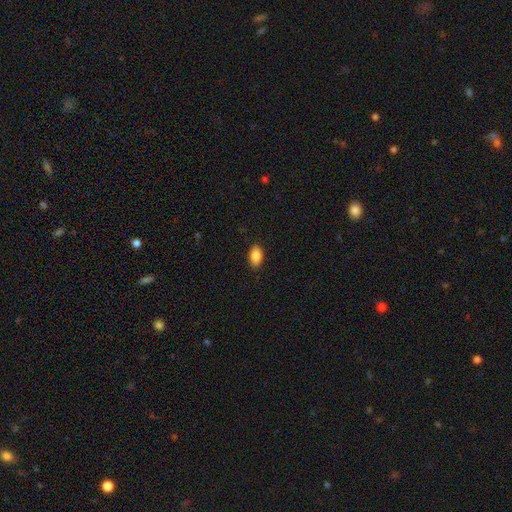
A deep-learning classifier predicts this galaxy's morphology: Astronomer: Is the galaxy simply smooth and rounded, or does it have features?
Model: smooth — 87%.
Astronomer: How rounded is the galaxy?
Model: in between — 91%.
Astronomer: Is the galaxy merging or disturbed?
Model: none — 88%.